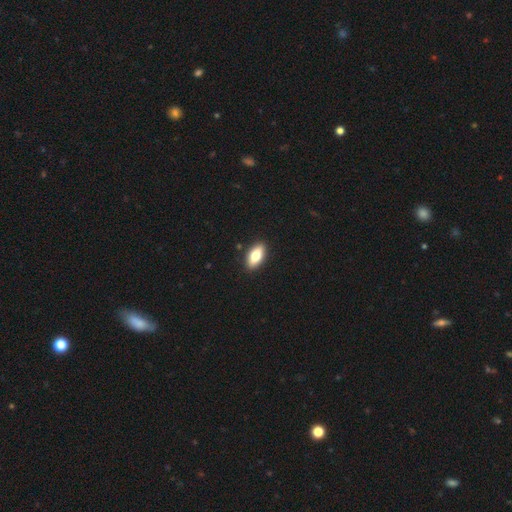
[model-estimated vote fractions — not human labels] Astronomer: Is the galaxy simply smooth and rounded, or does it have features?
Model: smooth — 77%.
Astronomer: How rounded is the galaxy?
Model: in between — 88%.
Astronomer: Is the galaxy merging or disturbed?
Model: none — 90%.